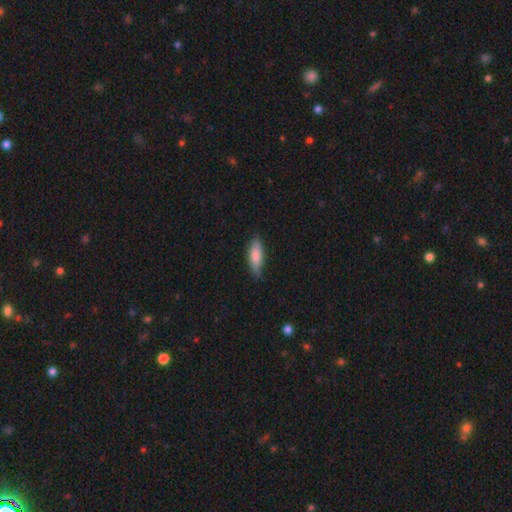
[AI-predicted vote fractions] This is likely a smooth galaxy (79%). How rounded: likely in between (64%). Merging: likely none (72%).